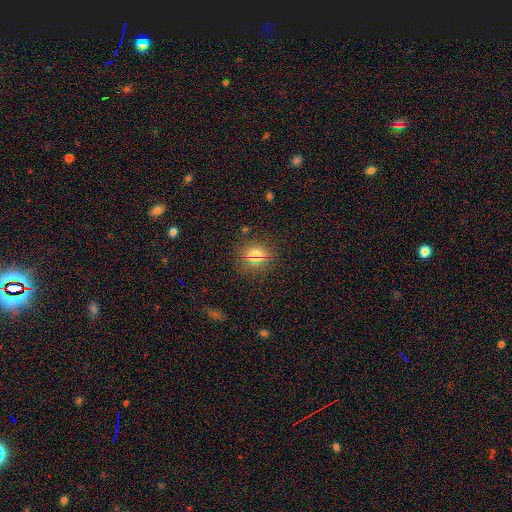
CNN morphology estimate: This is likely a smooth galaxy (63%). How rounded: clearly round (83%). Merging: clearly none (85%).